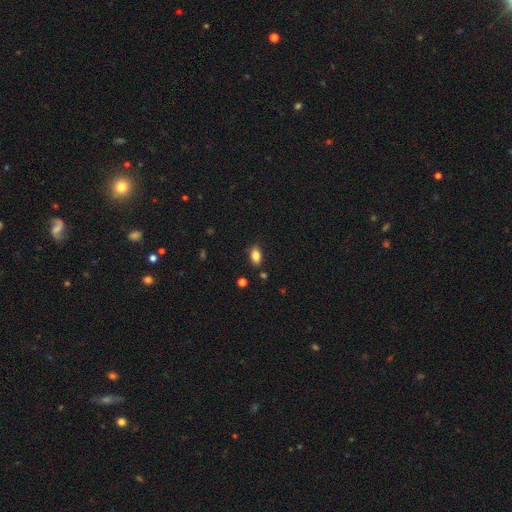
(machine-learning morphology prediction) Smooth or featured?
  - smooth: 82% *
  - star or artifact: 9%
  - featured or disk: 9%
How rounded?
  - in between: 88% *
  - round: 8%
  - cigar-shaped: 3%
Merging?
  - none: 83% *
  - minor disturbance: 12%
  - major disturbance: 2%
  - merger: 2%